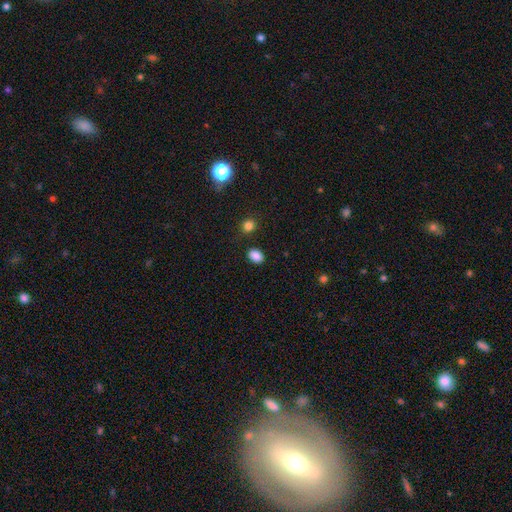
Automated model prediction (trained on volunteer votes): Smooth or featured: smooth — 87% (star or artifact — 10%)
How rounded: in between — 74% (round — 25%)
Merging: none — 83% (minor disturbance — 10%)